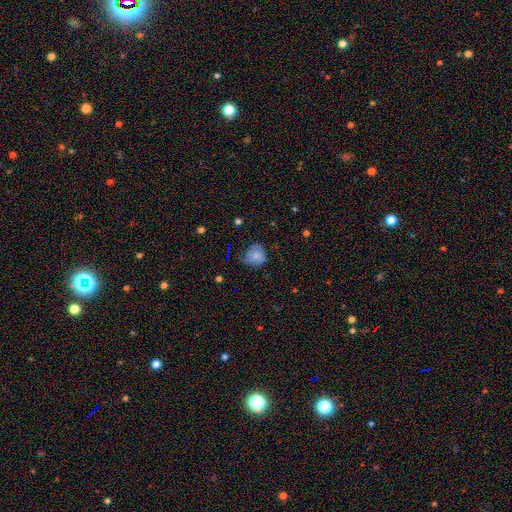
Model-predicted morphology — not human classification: Q: Smooth or featured?
A: smooth (75%); runner-up: featured or disk (15%)
Q: How rounded?
A: round (80%); runner-up: in between (19%)
Q: Merging?
A: none (54%); runner-up: minor disturbance (33%)